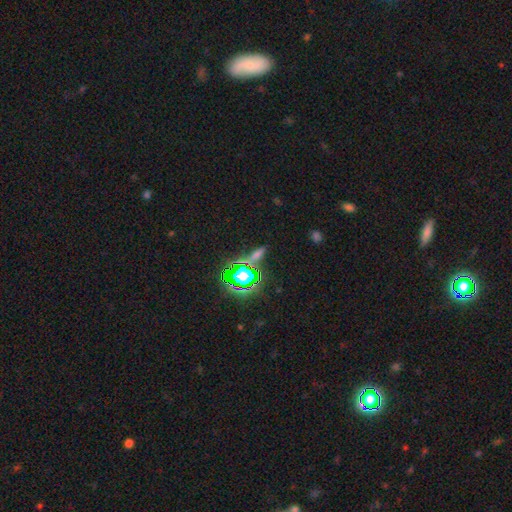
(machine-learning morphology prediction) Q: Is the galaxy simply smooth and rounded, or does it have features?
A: star or artifact — 47%.